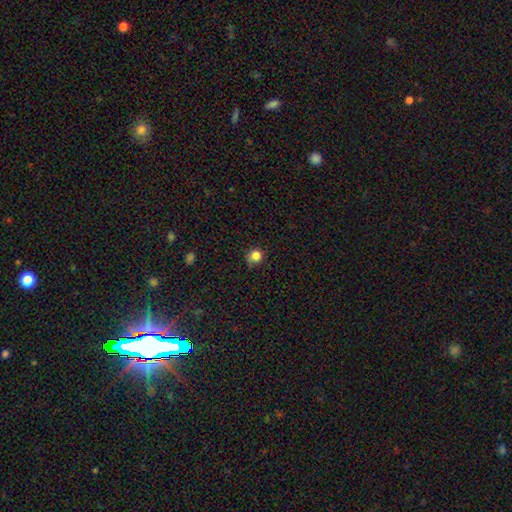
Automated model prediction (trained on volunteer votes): The model was most divided on "merging": none: 71%, minor disturbance: 22%, major disturbance: 5%, merger: 2%. More confident: how rounded — round (89%); smooth or featured — smooth (82%).